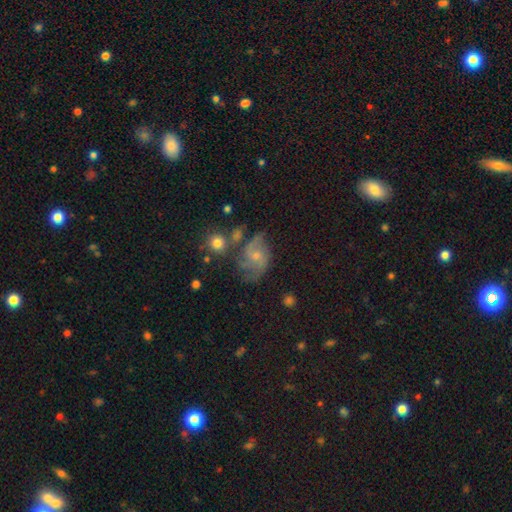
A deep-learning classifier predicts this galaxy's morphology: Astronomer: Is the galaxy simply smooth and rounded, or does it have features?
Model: featured or disk — 73%.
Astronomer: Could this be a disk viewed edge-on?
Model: no — 98%.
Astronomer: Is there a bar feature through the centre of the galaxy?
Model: no — 62%.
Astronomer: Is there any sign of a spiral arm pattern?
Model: yes — 91%.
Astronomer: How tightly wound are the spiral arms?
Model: medium — 49% (runner-up: loose, 29%).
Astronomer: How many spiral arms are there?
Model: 2 — 50%.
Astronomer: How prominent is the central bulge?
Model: small — 55% (runner-up: moderate, 37%).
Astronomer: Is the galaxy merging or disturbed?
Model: none — 48% (runner-up: minor disturbance, 25%).